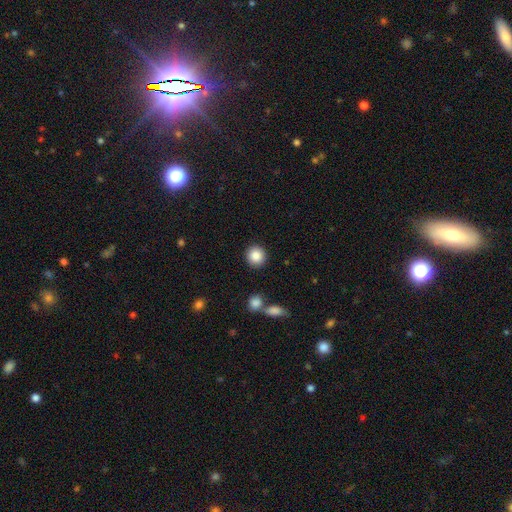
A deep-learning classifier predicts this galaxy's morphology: A smooth galaxy with no disk features (87%) that is round (90%). Merging: none (89%).